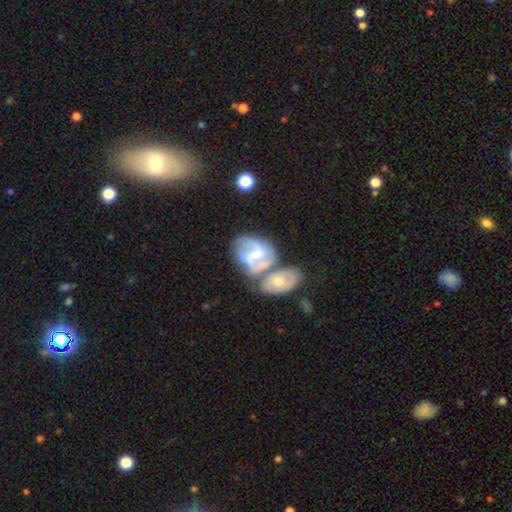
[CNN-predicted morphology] Smooth or featured: featured or disk — 67% (smooth — 27%)
Edge-on disk: no — 96% (yes — 4%)
Bar: weak — 48% (no — 32%)
Spiral arms: yes — 78% (no — 22%)
Spiral winding: medium — 46% (loose — 28%)
Spiral arm count: 2 — 56% (can't tell — 25%)
Bulge size: small — 47% (moderate — 42%)
Merging: merger — 48% (none — 30%)